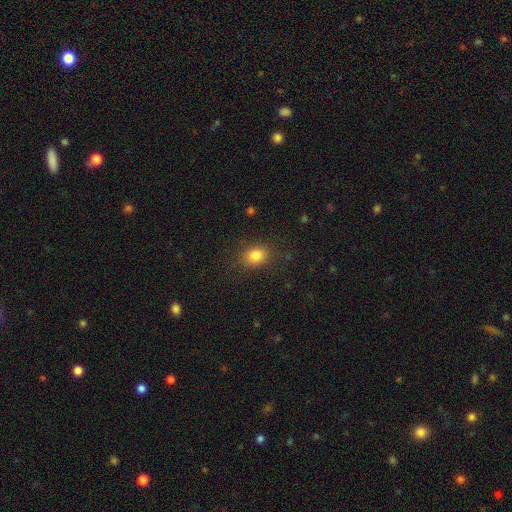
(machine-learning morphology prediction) Smooth or featured?
  - smooth: 83% *
  - star or artifact: 11%
  - featured or disk: 6%
How rounded?
  - in between: 50% *
  - round: 49%
  - cigar-shaped: 1%
Merging?
  - none: 85% *
  - minor disturbance: 10%
  - major disturbance: 4%
  - merger: 1%